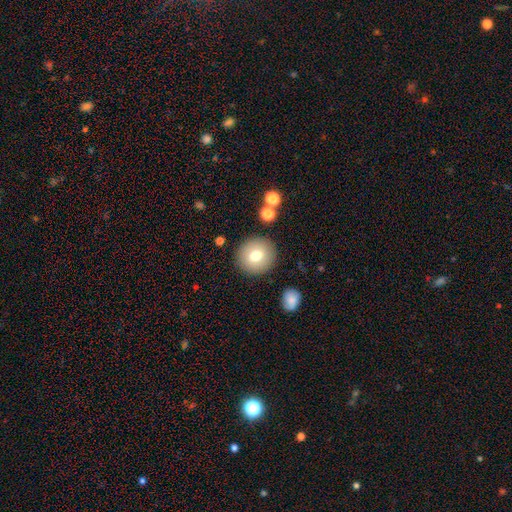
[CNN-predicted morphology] Smooth or featured? Predicted: smooth (p=0.75). How rounded? Predicted: round (p=0.92). Merging? Predicted: none (p=0.88).